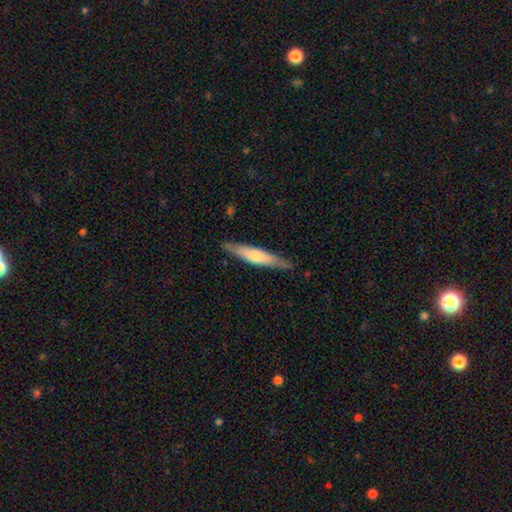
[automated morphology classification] Overall: featured or disk (51%; smooth 44%). Edge-on disk: yes (92%). Merging: none (86%).